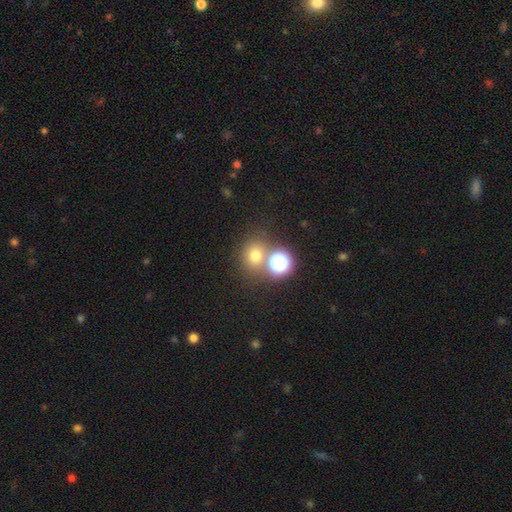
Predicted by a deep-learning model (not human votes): Smooth or featured?
  - smooth: 67% *
  - star or artifact: 25%
  - featured or disk: 9%
How rounded?
  - round: 80% *
  - in between: 19%
  - cigar-shaped: 1%
Merging?
  - none: 65% *
  - merger: 22%
  - minor disturbance: 9%
  - major disturbance: 4%